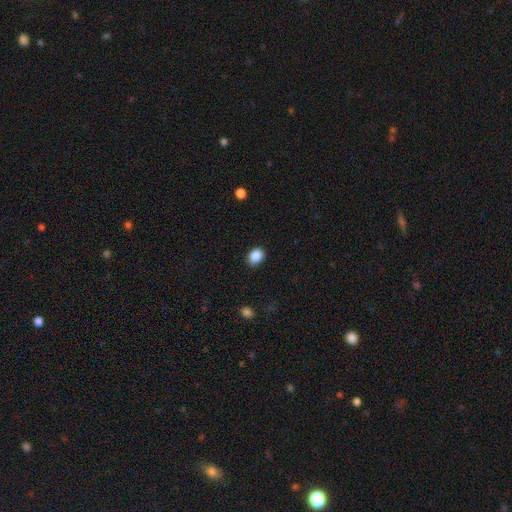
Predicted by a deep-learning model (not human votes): This is clearly a smooth galaxy (87%). How rounded: possibly in between (56%). Merging: clearly none (88%).